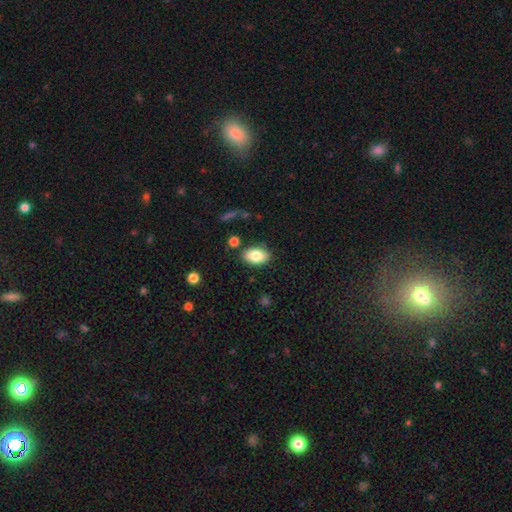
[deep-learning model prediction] Morphology: type=smooth (82%); roundness=in between (90%); merging=none (83%).